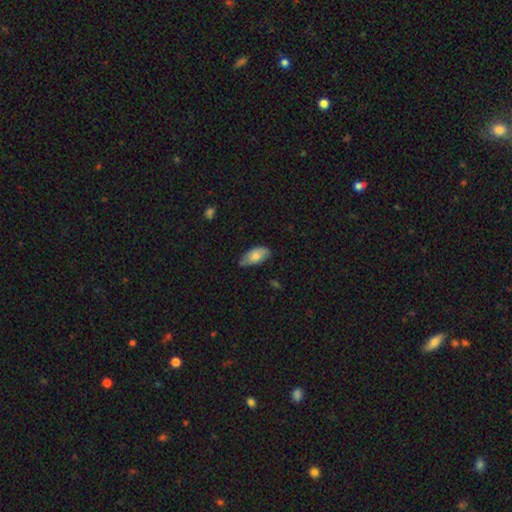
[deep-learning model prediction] Overall: smooth (70%). How rounded: in between (92%). Merging: none (65%; minor disturbance 29%).